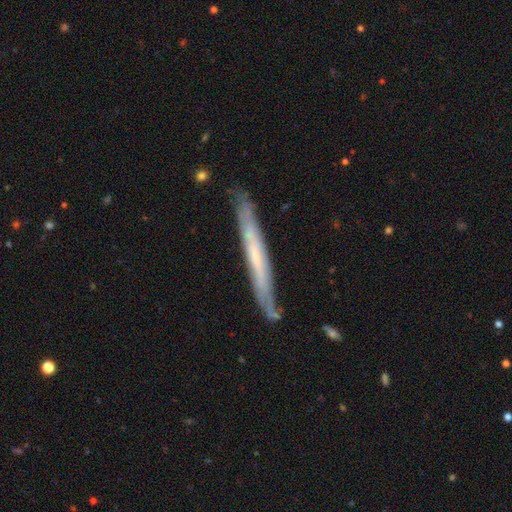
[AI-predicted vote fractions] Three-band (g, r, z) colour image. It shows a featured or disk galaxy (60%) viewed edge-on (87%) with no central bulge (78%). Merging: none (81%).